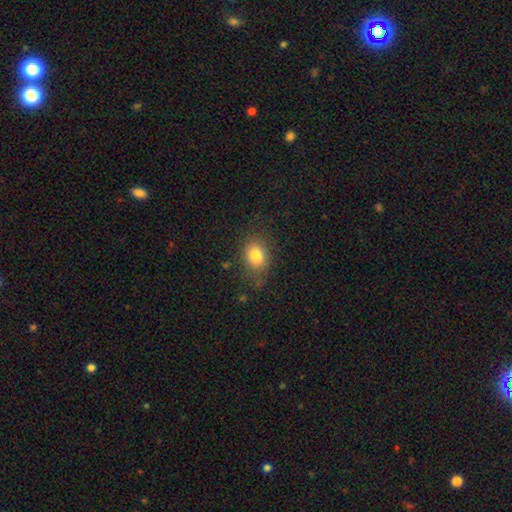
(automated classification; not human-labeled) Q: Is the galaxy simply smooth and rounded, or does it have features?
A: smooth — 82%.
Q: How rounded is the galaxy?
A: in between — 64%.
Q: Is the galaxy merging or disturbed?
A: none — 76%.